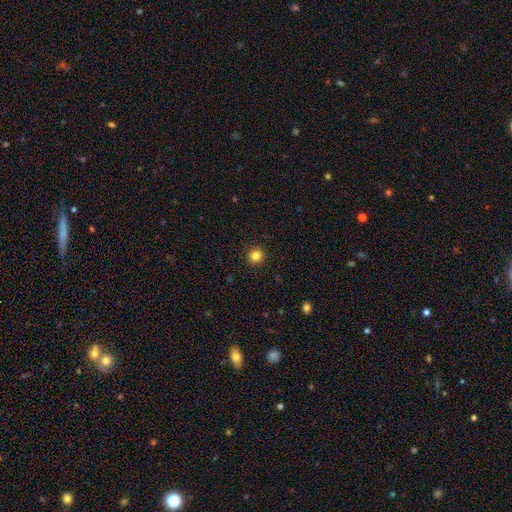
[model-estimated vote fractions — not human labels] Morphology: type=smooth (83%); roundness=round (94%); merging=none (93%).